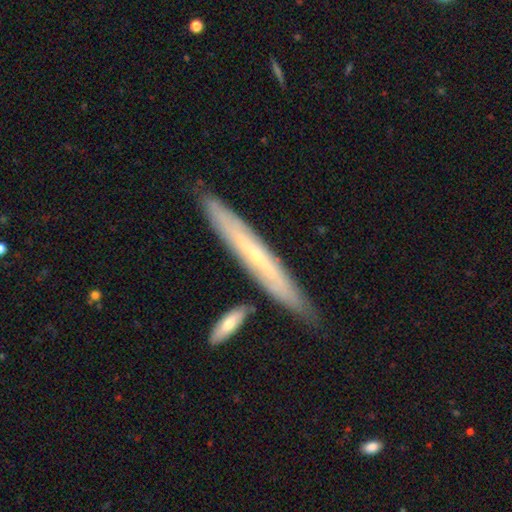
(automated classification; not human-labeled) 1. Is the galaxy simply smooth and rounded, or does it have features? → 64% featured or disk, 30% smooth, 6% star or artifact.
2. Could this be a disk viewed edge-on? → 78% yes, 22% no.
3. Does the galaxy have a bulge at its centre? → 52% none, 45% rounded, 3% boxy.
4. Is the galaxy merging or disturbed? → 79% none, 12% minor disturbance, 7% merger, 2% major disturbance.